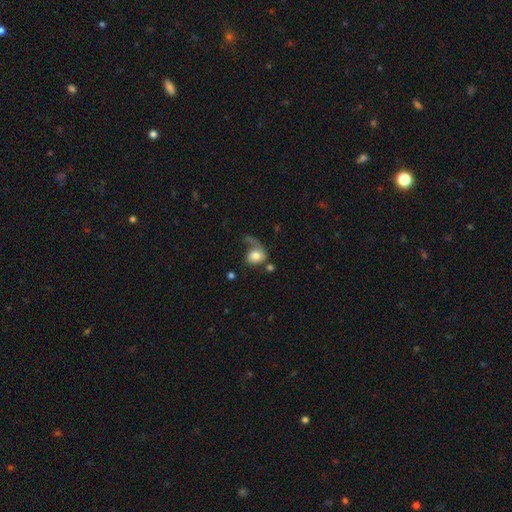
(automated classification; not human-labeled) smooth_or_featured: smooth (p=0.63) [alt: featured or disk p=0.29]
how_rounded: round (p=0.53) [alt: in between p=0.45]
merging: major disturbance (p=0.43) [alt: none p=0.27]